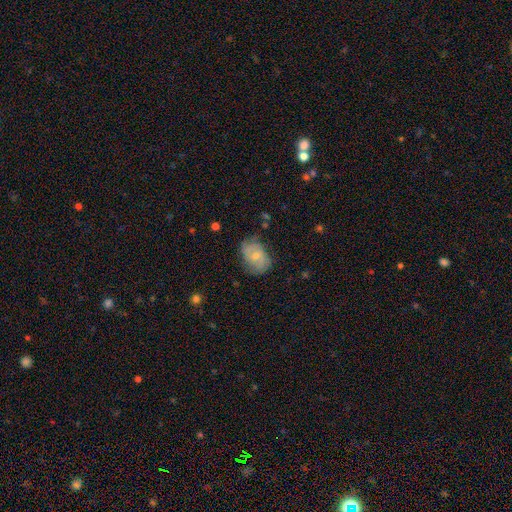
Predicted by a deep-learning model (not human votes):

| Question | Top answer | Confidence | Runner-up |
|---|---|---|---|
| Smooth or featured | featured or disk | 51% | smooth (42%) |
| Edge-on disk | no | 97% | yes (3%) |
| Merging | none | 62% | minor disturbance (27%) |